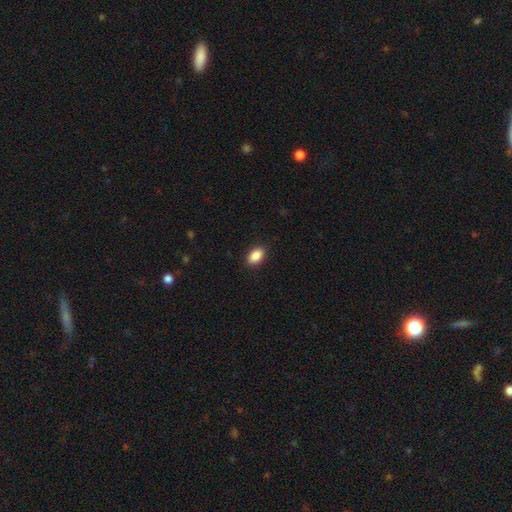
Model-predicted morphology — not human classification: smooth 89%, star or artifact 8%, featured or disk 4%. Down the decision tree: how rounded — in between (89%); merging — none (89%).